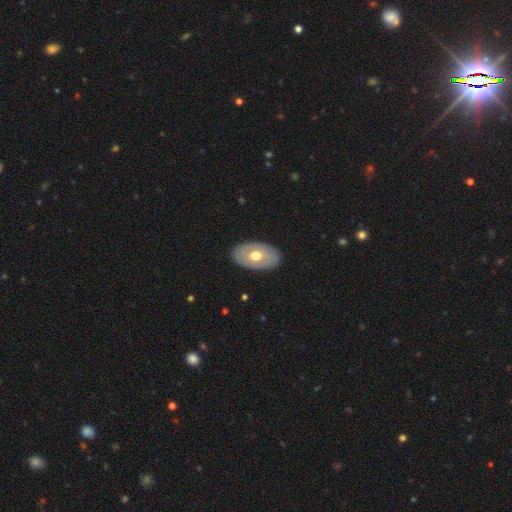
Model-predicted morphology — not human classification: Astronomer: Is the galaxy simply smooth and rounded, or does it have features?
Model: smooth — 52% (runner-up: featured or disk, 44%).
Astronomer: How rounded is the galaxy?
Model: in between — 90%.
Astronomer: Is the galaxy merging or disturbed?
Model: none — 87%.